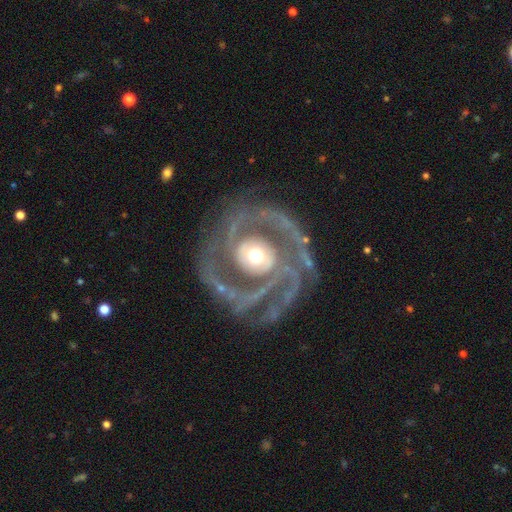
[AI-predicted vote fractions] smooth-or-featured: featured or disk: 89% | smooth: 7% | star or artifact: 5%
  disk-edge-on: no: 98% | yes: 2%
    bar: no: 69% | weak: 19% | strong: 12%
    has-spiral-arms: yes: 91% | no: 9%
      spiral-winding: medium: 43% | tight: 33% | loose: 24%
      spiral-arm-count: 2: 58% | 3: 13% | can't tell: 10% | 1: 7% | 4: 6% | more than 4: 6%
    bulge-size: moderate: 60% | large: 27% | small: 8% | dominant: 3% | none: 1%
  merging: none: 62% | major disturbance: 20% | minor disturbance: 14% | merger: 3%